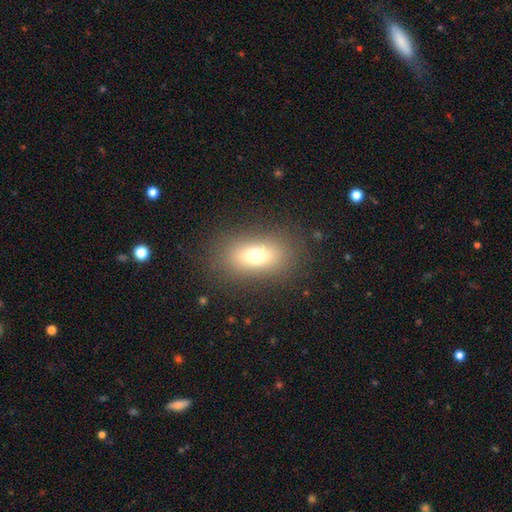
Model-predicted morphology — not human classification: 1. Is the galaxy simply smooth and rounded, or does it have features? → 71% smooth, 16% featured or disk, 13% star or artifact.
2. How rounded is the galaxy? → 79% in between, 16% round, 5% cigar-shaped.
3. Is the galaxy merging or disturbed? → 83% none, 10% minor disturbance, 6% major disturbance, 1% merger.